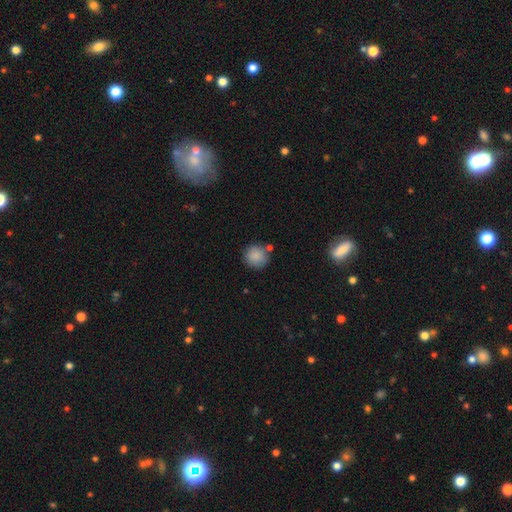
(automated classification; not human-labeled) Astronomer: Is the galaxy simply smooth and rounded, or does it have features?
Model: smooth — 88%.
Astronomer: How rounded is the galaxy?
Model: round — 92%.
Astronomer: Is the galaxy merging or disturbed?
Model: none — 79%.